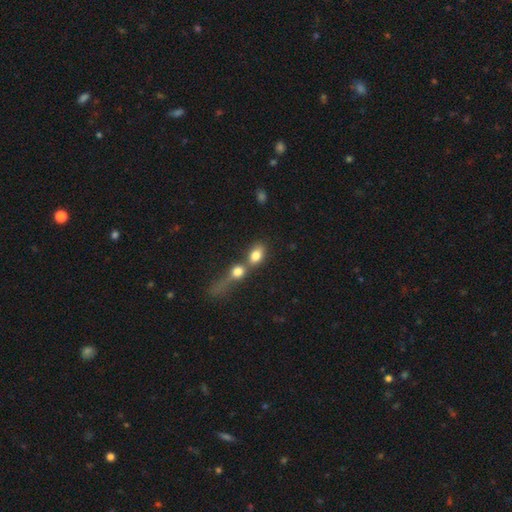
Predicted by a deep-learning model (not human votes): Smooth or featured? Predicted: smooth (p=0.78). How rounded? Predicted: in between (p=0.75). Merging? Predicted: merger (p=0.60).